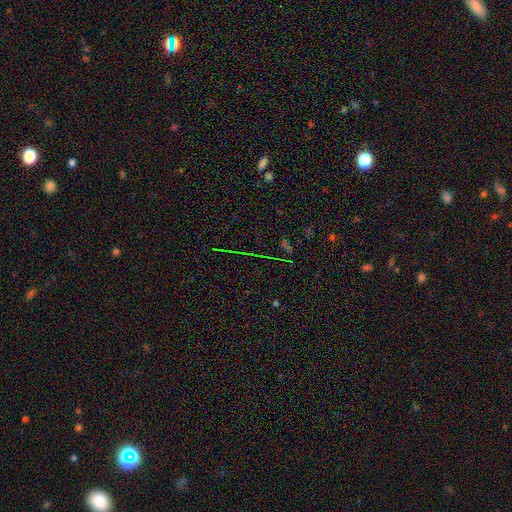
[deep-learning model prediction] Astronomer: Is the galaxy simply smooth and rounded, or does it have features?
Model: star or artifact — 76%.